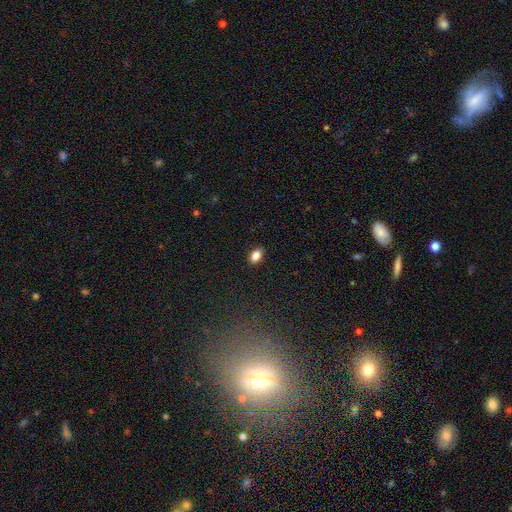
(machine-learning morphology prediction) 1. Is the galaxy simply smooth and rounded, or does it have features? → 84% smooth, 9% star or artifact, 7% featured or disk.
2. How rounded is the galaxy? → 88% in between, 9% round, 3% cigar-shaped.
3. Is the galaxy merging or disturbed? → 88% none, 9% minor disturbance, 2% major disturbance, 1% merger.